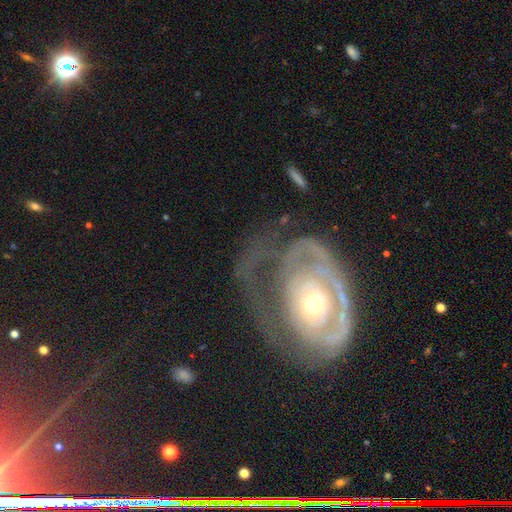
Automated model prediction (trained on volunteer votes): featured or disk 75%, smooth 15%, star or artifact 9%. Down the decision tree: edge-on disk — no (95%); bar — no (83%); spiral arms — yes (65%); bulge size — small (47%); merging — none (44%).